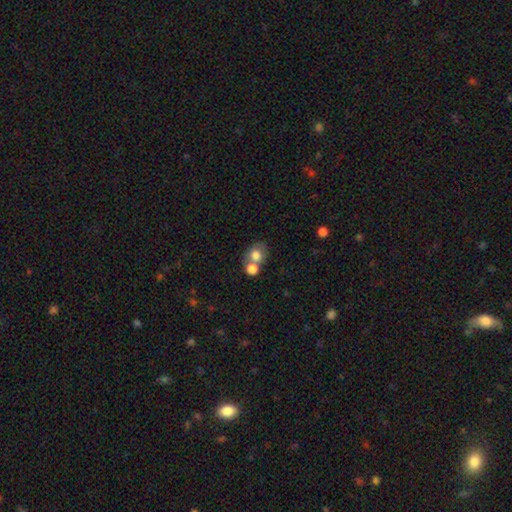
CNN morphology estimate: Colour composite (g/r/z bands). It shows a smooth galaxy with no disk features (75%) that is round (60%). Merging: merger (50%).